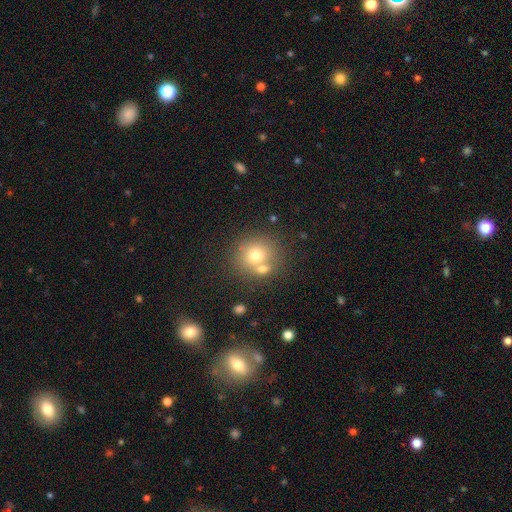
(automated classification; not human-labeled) The model was most divided on "merging": none: 55%, merger: 31%, minor disturbance: 10%, major disturbance: 4%. More confident: how rounded — round (82%); smooth or featured — smooth (71%).